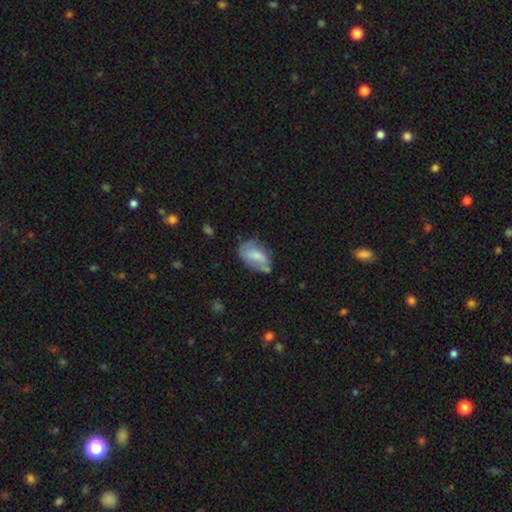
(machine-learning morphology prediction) Smooth or featured?
  - smooth: 65% *
  - featured or disk: 28%
  - star or artifact: 7%
How rounded?
  - in between: 90% *
  - round: 8%
  - cigar-shaped: 3%
Merging?
  - none: 51% *
  - minor disturbance: 31%
  - major disturbance: 11%
  - merger: 7%